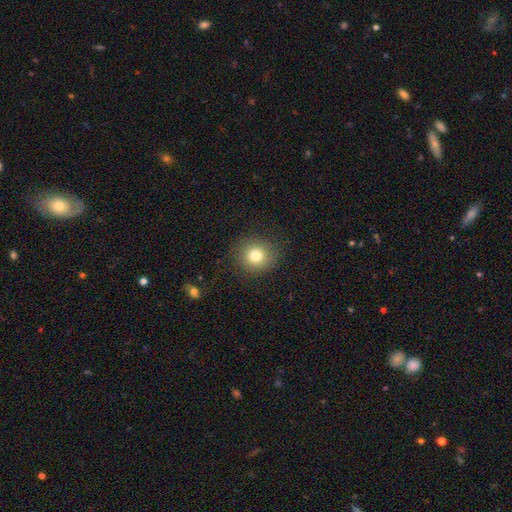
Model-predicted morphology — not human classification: This appears to be a smooth galaxy with no disk features (77%) that is round (89%). Merging: none (87%).